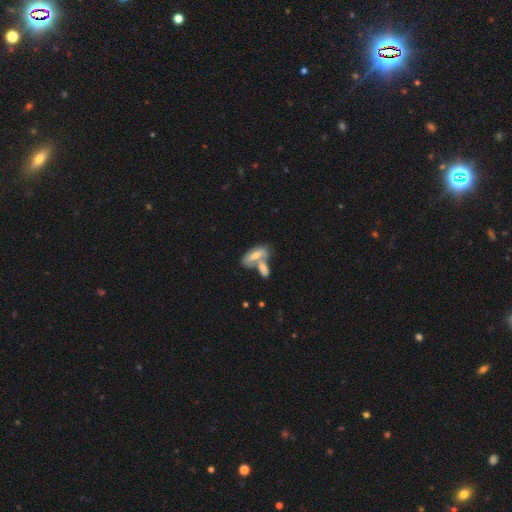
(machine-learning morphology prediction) A smooth galaxy with no disk features (53%) that is in between round and cigar-shaped (74%).

Vote fractions:
- Smooth or featured? smooth: 53% / featured or disk: 39% / star or artifact: 8%
- How rounded? in between: 74% / cigar-shaped: 23% / round: 3%
- Merging? merger: 52% / none: 33% / minor disturbance: 10% / major disturbance: 5%